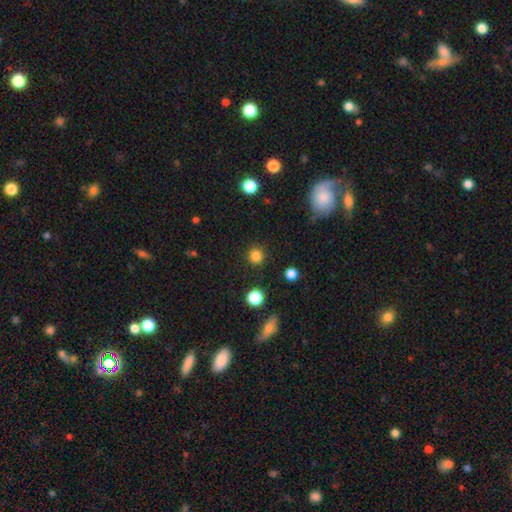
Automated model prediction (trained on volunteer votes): Smooth or featured: smooth — 83% (star or artifact — 13%)
How rounded: round — 93% (in between — 6%)
Merging: none — 90% (minor disturbance — 6%)